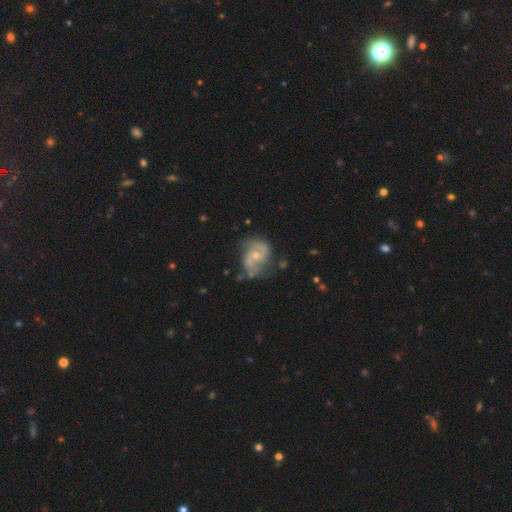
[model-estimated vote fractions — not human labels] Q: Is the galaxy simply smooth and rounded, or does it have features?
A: featured or disk — 82%.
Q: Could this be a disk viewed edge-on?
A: no — 98%.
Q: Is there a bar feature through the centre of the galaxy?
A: no — 58%.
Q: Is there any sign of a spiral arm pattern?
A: yes — 93%.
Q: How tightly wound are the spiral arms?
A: medium — 50%.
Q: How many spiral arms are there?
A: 2 — 85%.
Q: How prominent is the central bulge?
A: moderate — 50%.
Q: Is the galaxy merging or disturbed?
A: none — 62%.